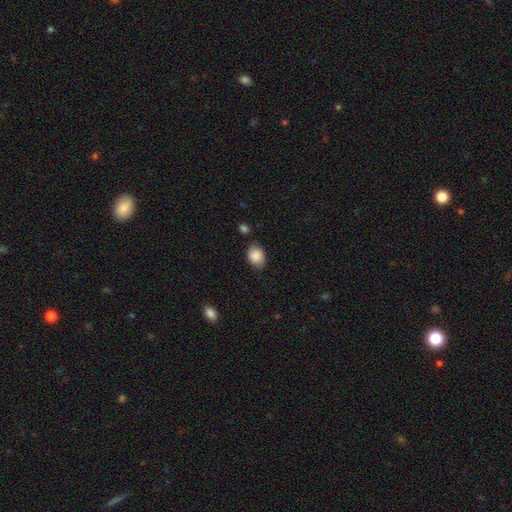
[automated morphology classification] This appears to be a smooth galaxy with no disk features (87%) that is in between round and cigar-shaped (70%). Merging: none (78%).